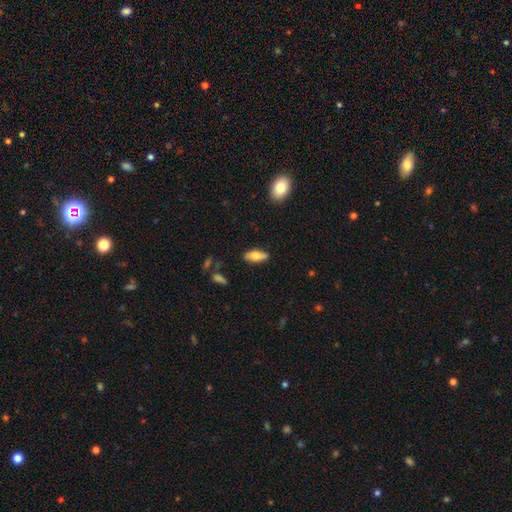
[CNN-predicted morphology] smooth 70%, featured or disk 24%, star or artifact 6%. Down the decision tree: how rounded — in between (75%); merging — none (83%).